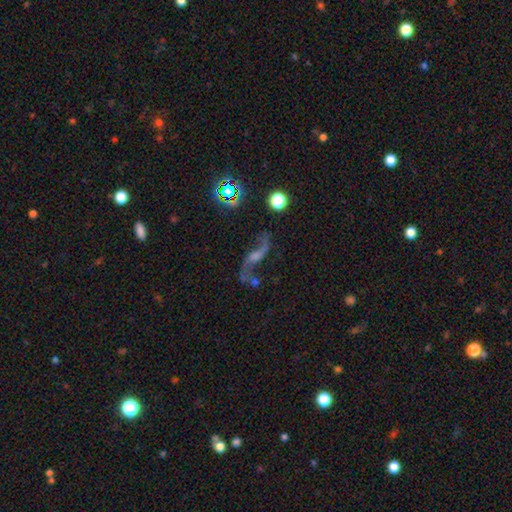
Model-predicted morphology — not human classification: Smooth or featured?
  - featured or disk: 73% *
  - star or artifact: 17%
  - smooth: 10%
Edge-on disk?
  - no: 90% *
  - yes: 10%
Bar?
  - no: 43% *
  - weak: 38%
  - strong: 19%
Spiral arms?
  - yes: 90% *
  - no: 10%
Spiral winding?
  - loose: 75% *
  - medium: 19%
  - tight: 7%
Spiral arm count?
  - 2: 89% *
  - 1: 5%
  - can't tell: 3%
  - 3: 1%
  - 4: 1%
  - more than 4: 1%
Bulge size?
  - moderate: 40% *
  - small: 39%
  - none: 11%
  - large: 7%
  - dominant: 3%
Merging?
  - none: 62% *
  - minor disturbance: 14%
  - major disturbance: 14%
  - merger: 10%